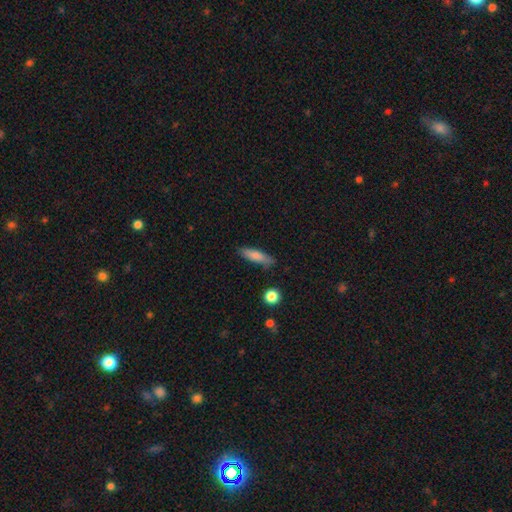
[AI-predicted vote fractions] This appears to be a smooth galaxy with no disk features (76%) that is cigar-shaped (64%). Merging: none (78%).